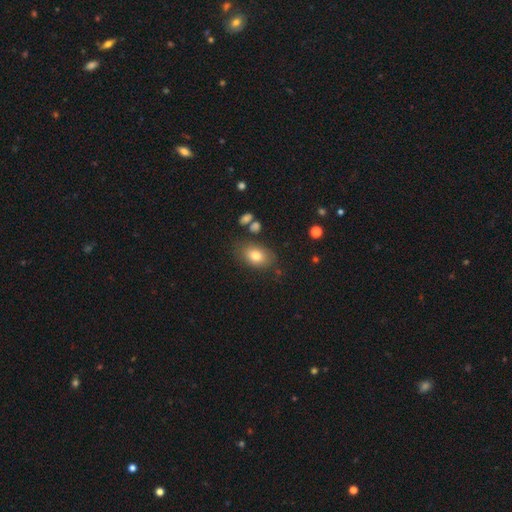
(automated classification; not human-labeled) This is likely a smooth galaxy (79%). How rounded: clearly in between (83%). Merging: likely none (75%).